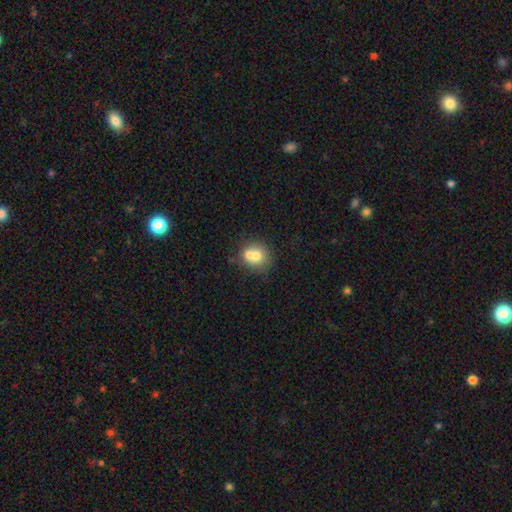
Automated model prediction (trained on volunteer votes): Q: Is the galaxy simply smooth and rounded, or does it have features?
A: smooth — 68%.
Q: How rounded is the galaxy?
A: round — 75%.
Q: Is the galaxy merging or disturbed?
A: merger — 53%.